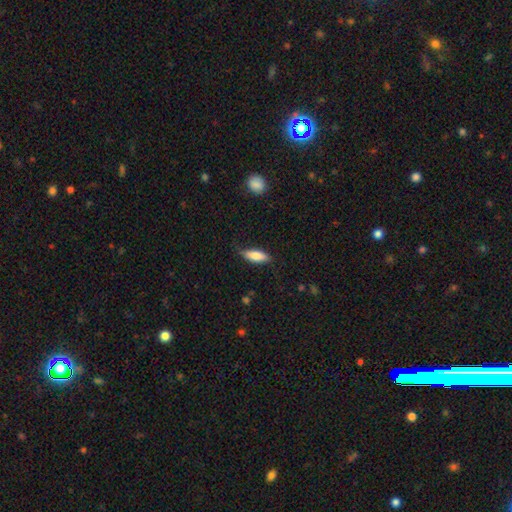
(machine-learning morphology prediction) type=smooth (80%); roundness=in between (63%); merging=none (74%).